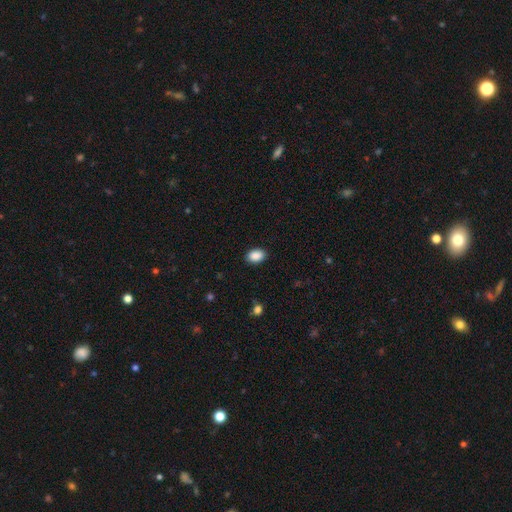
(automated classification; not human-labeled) Q: Smooth or featured?
A: smooth (90%); runner-up: star or artifact (8%)
Q: How rounded?
A: in between (83%); runner-up: round (16%)
Q: Merging?
A: none (88%); runner-up: minor disturbance (9%)